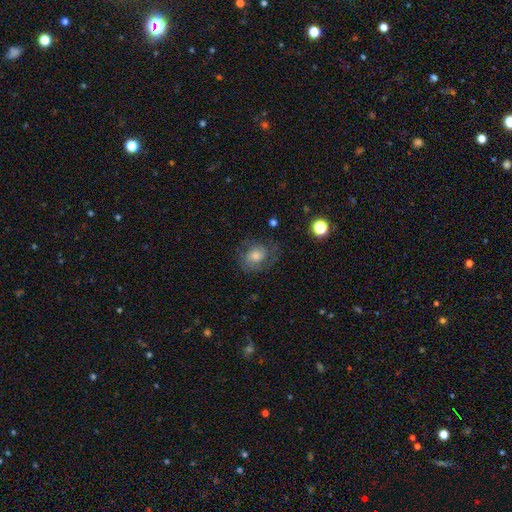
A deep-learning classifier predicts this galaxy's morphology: The model was most divided on "smooth or featured": featured or disk: 49%, smooth: 40%, star or artifact: 11%. More confident: merging — none (66%).